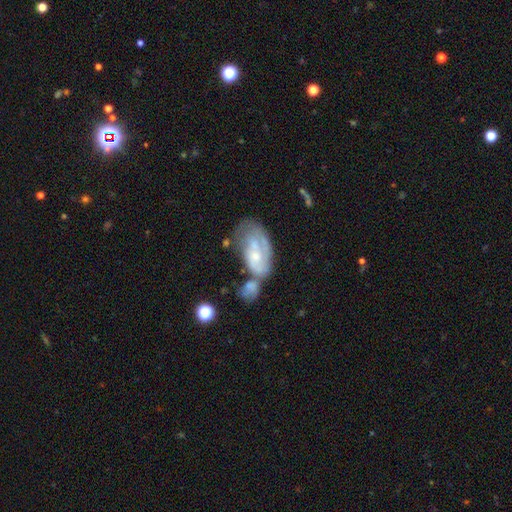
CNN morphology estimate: This is likely a featured or disk galaxy (62%). It is clearly not viewed edge-on (94%). Bar: likely no (71%). Spiral arm pattern: likely yes (66%). Central bulge: possibly small (56%). Merging: marginally merger (35%).